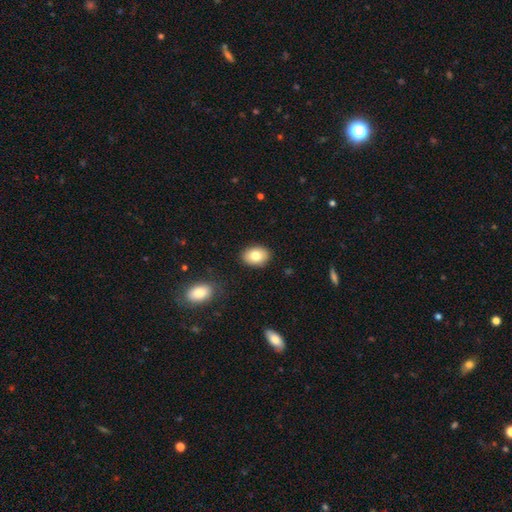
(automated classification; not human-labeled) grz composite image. It shows a smooth galaxy with no disk features (80%) that is in between round and cigar-shaped (72%). Merging: none (88%).